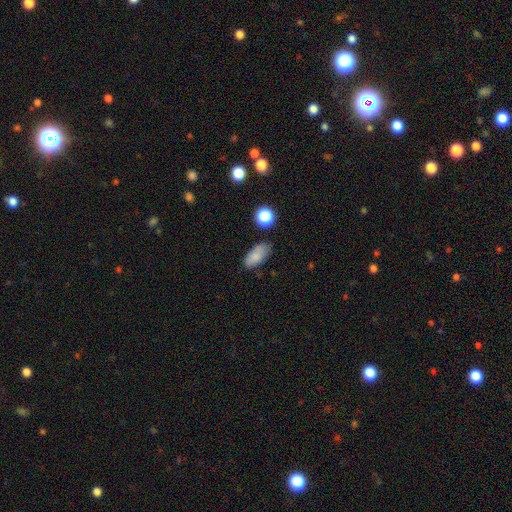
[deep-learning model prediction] Smooth or featured: smooth — 83% (star or artifact — 9%)
How rounded: in between — 89% (cigar-shaped — 7%)
Merging: none — 72% (minor disturbance — 20%)